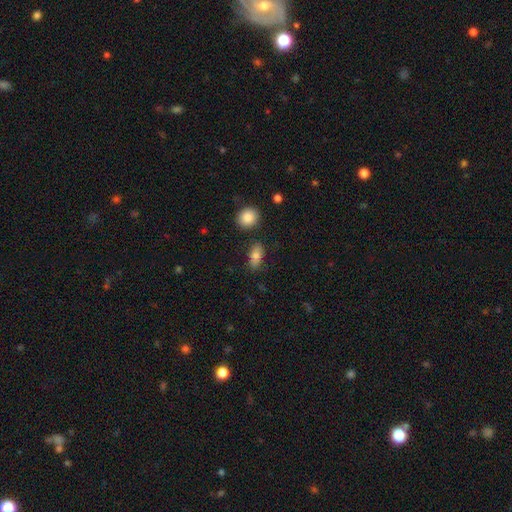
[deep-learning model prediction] Smooth or featured? Predicted: smooth (p=0.78). How rounded? Predicted: in between (p=0.83). Merging? Predicted: none (p=0.80).